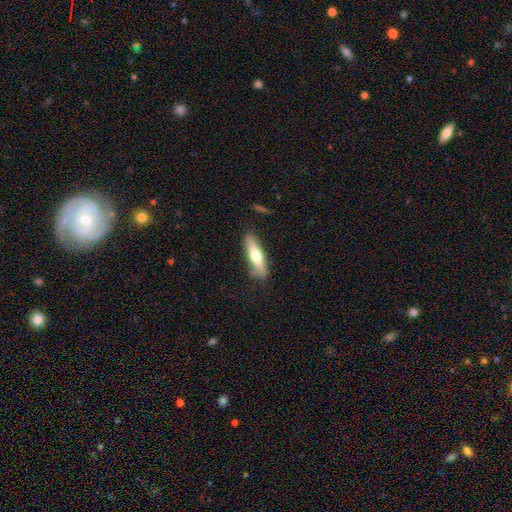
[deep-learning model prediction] Q: Smooth or featured?
A: smooth (57%); runner-up: featured or disk (38%)
Q: How rounded?
A: cigar-shaped (71%); runner-up: in between (27%)
Q: Merging?
A: none (82%); runner-up: minor disturbance (13%)